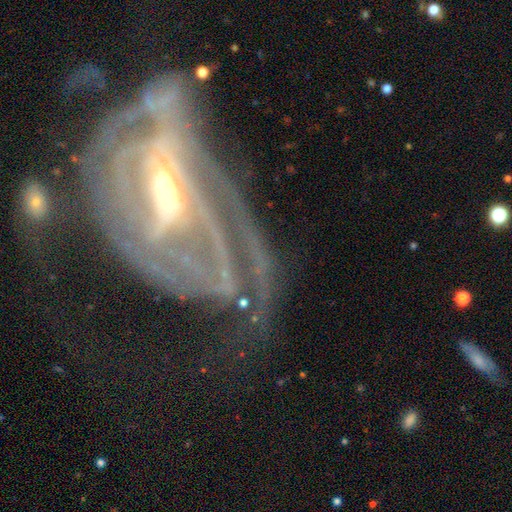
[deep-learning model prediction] featured or disk 84%, star or artifact 8%, smooth 8%. Down the decision tree: edge-on disk — no (92%); bar — weak (35%); spiral arms — yes (83%); spiral arm count — can't tell (44%); spiral winding — tight (57%); bulge size — moderate (55%); merging — major disturbance (41%).